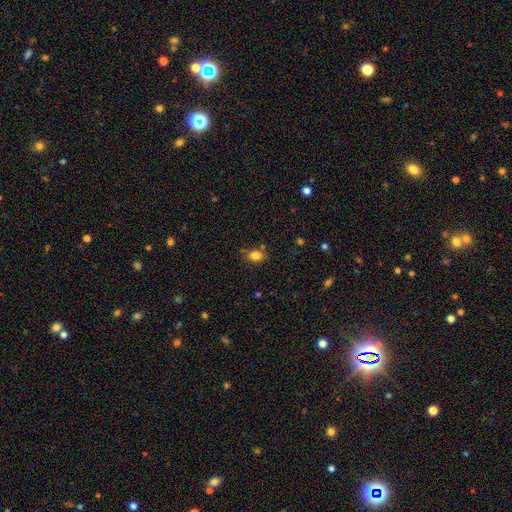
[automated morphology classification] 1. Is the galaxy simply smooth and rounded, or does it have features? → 82% smooth, 11% star or artifact, 6% featured or disk.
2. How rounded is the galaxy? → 69% in between, 30% round, 1% cigar-shaped.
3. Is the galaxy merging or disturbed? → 77% none, 15% minor disturbance, 5% merger, 4% major disturbance.